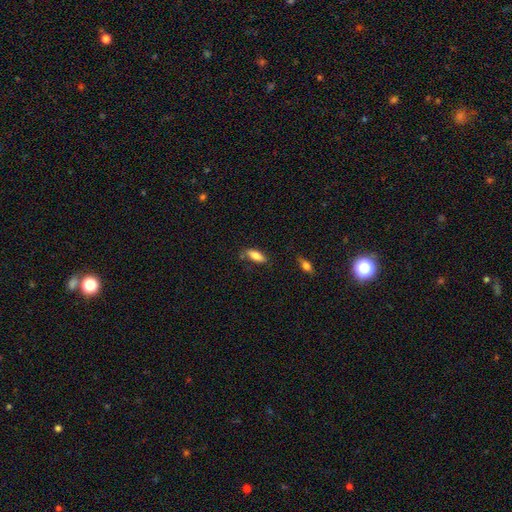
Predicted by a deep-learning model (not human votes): smooth-or-featured: smooth: 78% | featured or disk: 15% | star or artifact: 7%
  how-rounded: in between: 72% | cigar-shaped: 26% | round: 2%
  merging: none: 76% | minor disturbance: 17% | major disturbance: 4% | merger: 4%